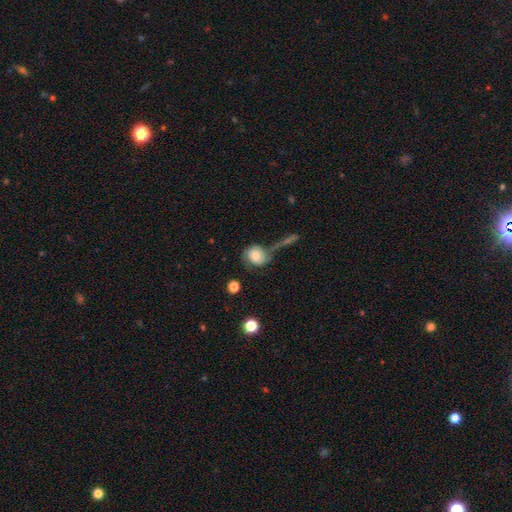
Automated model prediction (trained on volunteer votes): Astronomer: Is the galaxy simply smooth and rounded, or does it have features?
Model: smooth — 51% (runner-up: featured or disk, 40%).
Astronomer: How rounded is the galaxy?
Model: round — 68%.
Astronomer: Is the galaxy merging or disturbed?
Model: none — 39% (runner-up: merger, 22%).